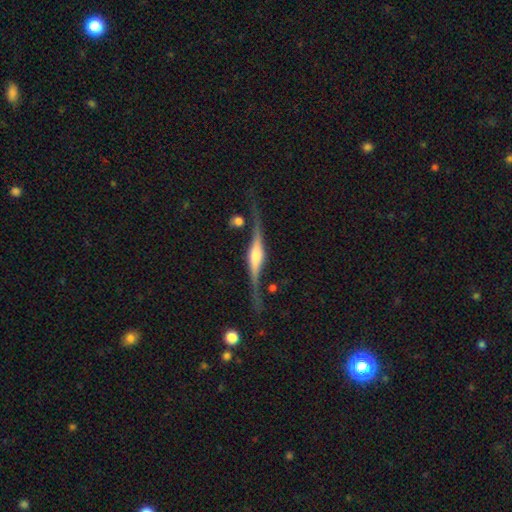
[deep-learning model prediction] This appears to be a featured or disk galaxy (87%) viewed edge-on (93%) with a rounded central bulge (81%). Merging: none (71%).